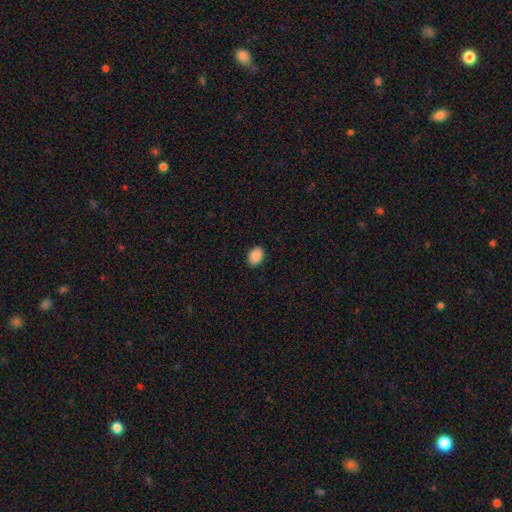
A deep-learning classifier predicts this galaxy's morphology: Smooth or featured? Predicted: smooth (p=0.90). How rounded? Predicted: in between (p=0.77). Merging? Predicted: none (p=0.89).